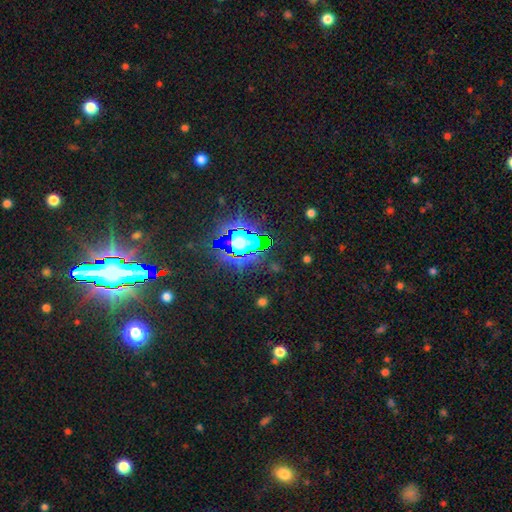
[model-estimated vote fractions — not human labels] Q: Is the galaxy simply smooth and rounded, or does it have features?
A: star or artifact — 77%.